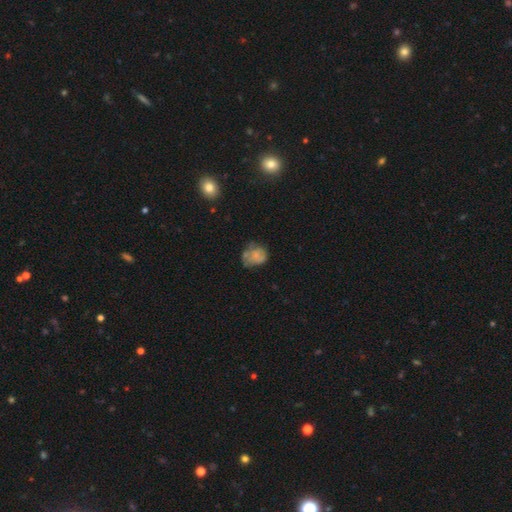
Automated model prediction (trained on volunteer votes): Smooth or featured?
  - smooth: 57% *
  - featured or disk: 31%
  - star or artifact: 11%
How rounded?
  - round: 62% *
  - in between: 37%
  - cigar-shaped: 1%
Merging?
  - none: 45% *
  - minor disturbance: 30%
  - major disturbance: 18%
  - merger: 7%